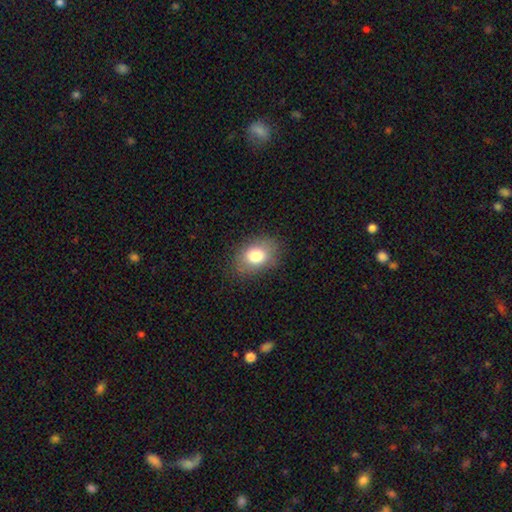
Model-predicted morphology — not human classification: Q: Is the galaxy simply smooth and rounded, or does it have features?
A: smooth — 79%.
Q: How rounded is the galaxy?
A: in between — 75%.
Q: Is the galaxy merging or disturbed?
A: none — 80%.